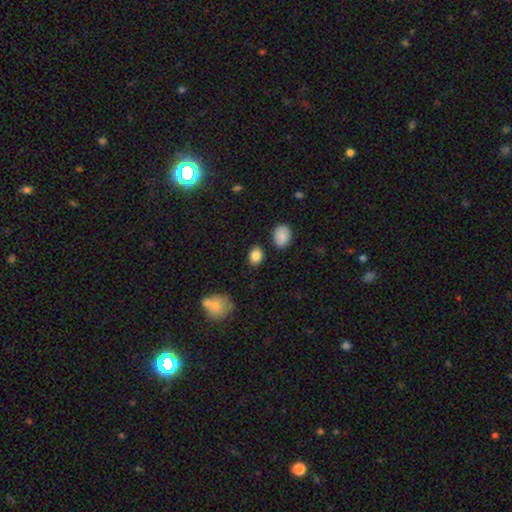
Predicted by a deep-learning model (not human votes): Smooth or featured? smooth (86%)
How rounded? in between (62%)
Merging? none (84%)